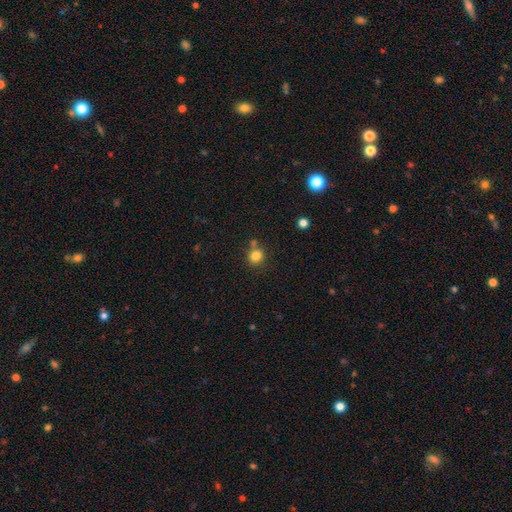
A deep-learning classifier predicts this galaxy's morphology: Overall: smooth (82%). How rounded: round (84%). Merging: none (69%).